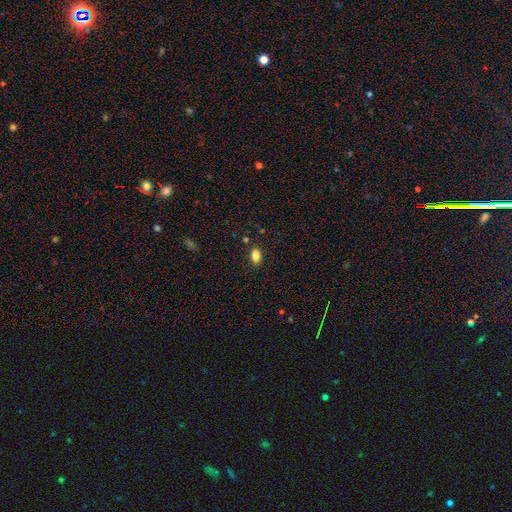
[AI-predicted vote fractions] smooth_or_featured: smooth (p=0.83) [alt: star or artifact p=0.10]
how_rounded: in between (p=0.88) [alt: round p=0.09]
merging: none (p=0.85) [alt: minor disturbance p=0.10]